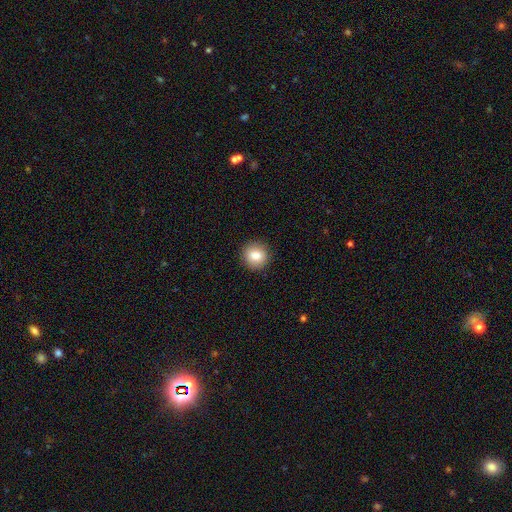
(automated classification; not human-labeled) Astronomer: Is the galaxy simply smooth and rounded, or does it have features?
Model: smooth — 81%.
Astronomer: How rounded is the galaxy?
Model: round — 92%.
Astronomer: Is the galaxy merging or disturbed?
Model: none — 91%.